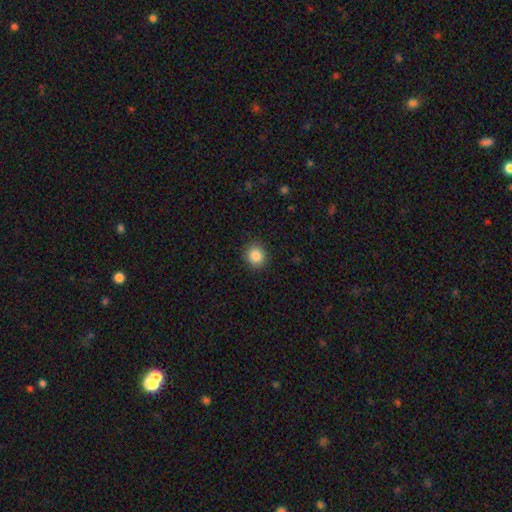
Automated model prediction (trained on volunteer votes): Q: Smooth or featured?
A: smooth (86%); runner-up: star or artifact (9%)
Q: How rounded?
A: round (82%); runner-up: in between (17%)
Q: Merging?
A: none (90%); runner-up: minor disturbance (7%)